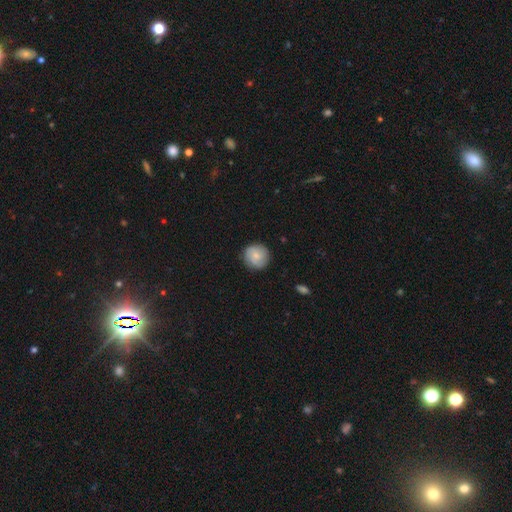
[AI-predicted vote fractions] Smooth or featured?
  - smooth: 61% *
  - featured or disk: 32%
  - star or artifact: 7%
How rounded?
  - round: 93% *
  - in between: 6%
  - cigar-shaped: 1%
Merging?
  - none: 85% *
  - minor disturbance: 11%
  - major disturbance: 3%
  - merger: 1%